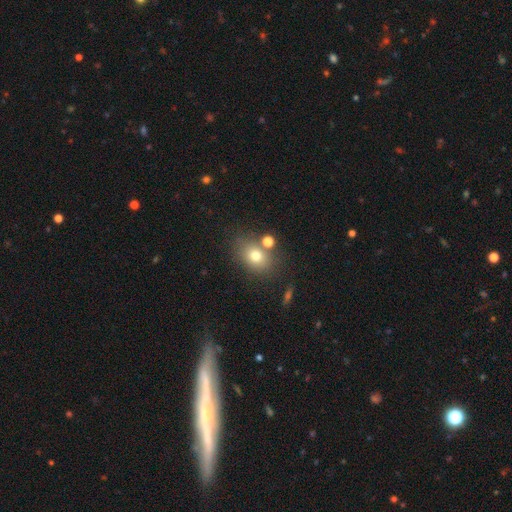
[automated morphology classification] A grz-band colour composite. It shows a smooth galaxy with no disk features (73%) that is in between round and cigar-shaped (53%). Merging: none (69%).